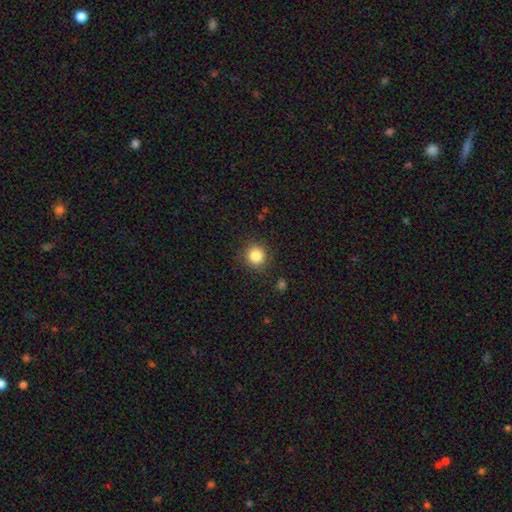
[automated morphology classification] This is clearly a smooth galaxy (84%). How rounded: clearly round (92%). Merging: clearly none (88%).